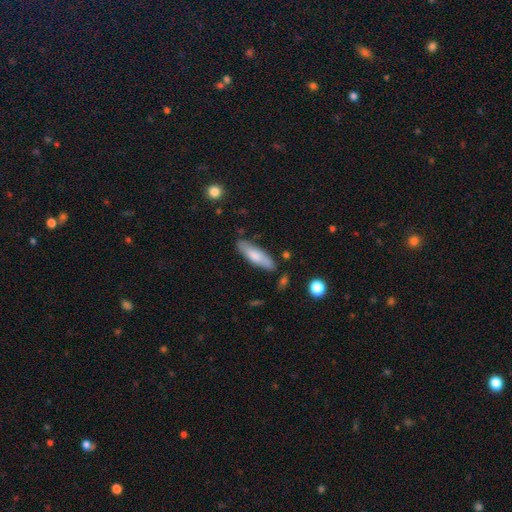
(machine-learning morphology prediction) Smooth or featured? Predicted: smooth (p=0.72). How rounded? Predicted: cigar-shaped (p=0.56). Merging? Predicted: none (p=0.81).